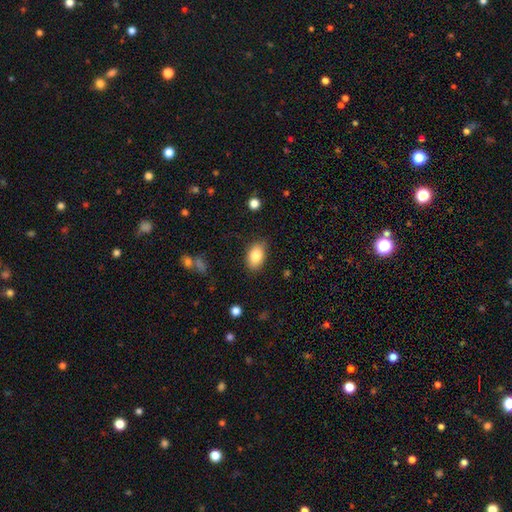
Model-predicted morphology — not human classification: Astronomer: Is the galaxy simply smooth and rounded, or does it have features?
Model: smooth — 85%.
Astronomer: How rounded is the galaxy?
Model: in between — 89%.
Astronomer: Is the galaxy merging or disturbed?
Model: none — 82%.